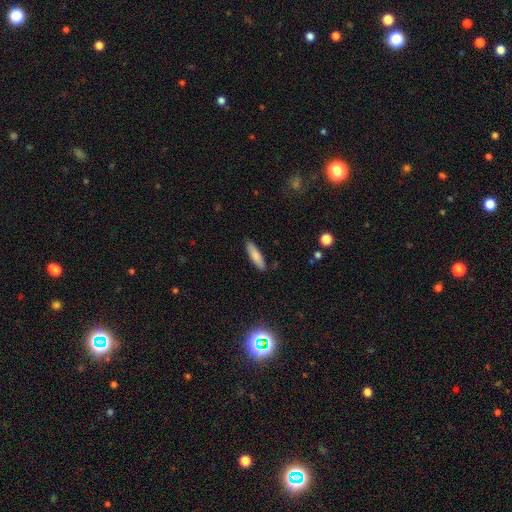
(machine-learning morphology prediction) Overall: smooth (82%). How rounded: cigar-shaped (66%; in between 32%). Merging: none (88%).